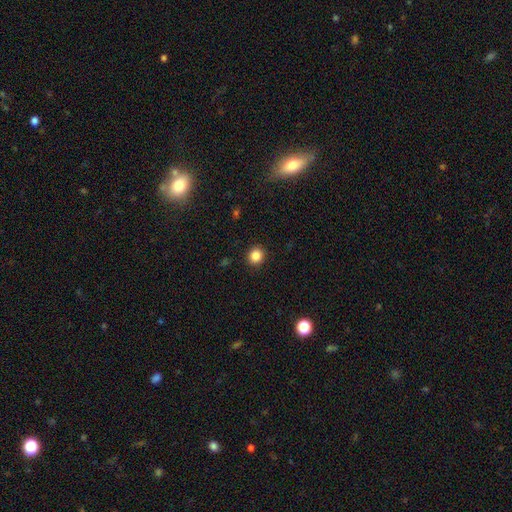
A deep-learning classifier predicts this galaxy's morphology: type=smooth (85%); roundness=round (85%); merging=none (92%).